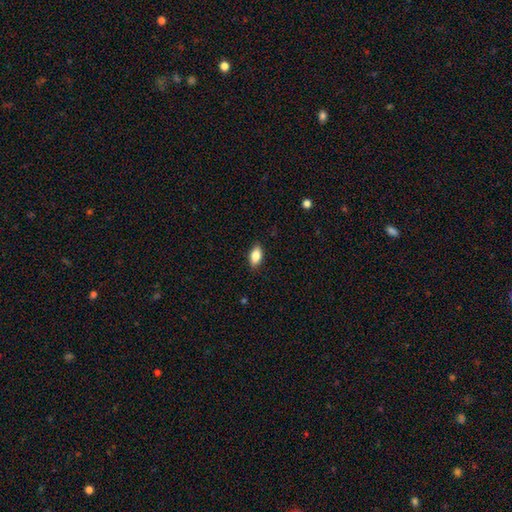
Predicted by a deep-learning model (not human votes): A smooth galaxy with no disk features (83%) that is in between round and cigar-shaped (89%). Merging: none (87%).